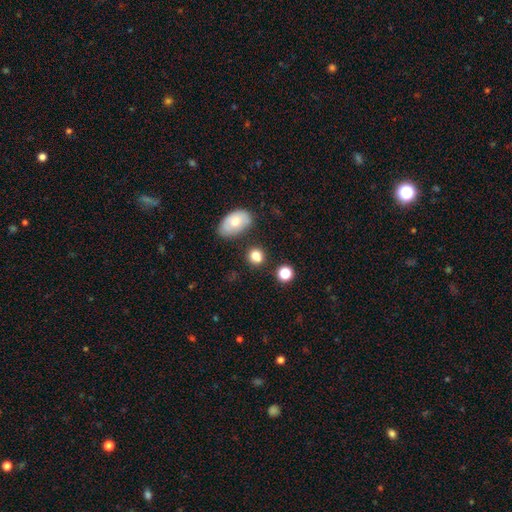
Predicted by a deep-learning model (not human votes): smooth-or-featured: smooth: 81% | star or artifact: 11% | featured or disk: 7%
  how-rounded: round: 76% | in between: 23% | cigar-shaped: 1%
  merging: none: 77% | minor disturbance: 11% | merger: 8% | major disturbance: 4%